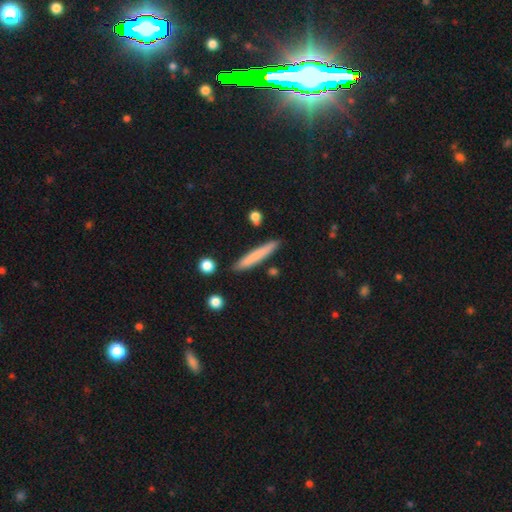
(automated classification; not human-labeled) This is likely a smooth galaxy (72%). How rounded: clearly cigar-shaped (94%). Merging: clearly none (86%).